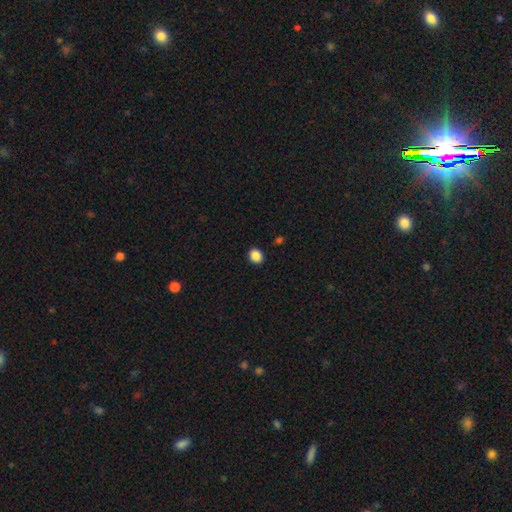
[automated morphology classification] Smooth or featured?
  - smooth: 88% *
  - star or artifact: 10%
  - featured or disk: 3%
How rounded?
  - round: 64% *
  - in between: 35%
  - cigar-shaped: 1%
Merging?
  - none: 91% *
  - minor disturbance: 6%
  - major disturbance: 2%
  - merger: 1%